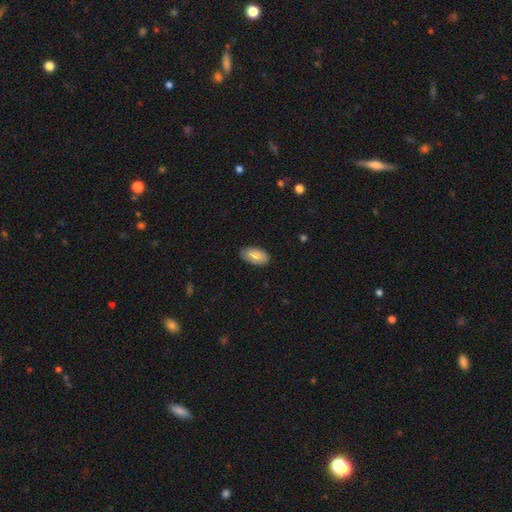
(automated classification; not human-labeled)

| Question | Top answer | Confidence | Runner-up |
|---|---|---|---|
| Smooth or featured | smooth | 85% | featured or disk (9%) |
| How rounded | in between | 94% | cigar-shaped (3%) |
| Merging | none | 84% | minor disturbance (12%) |